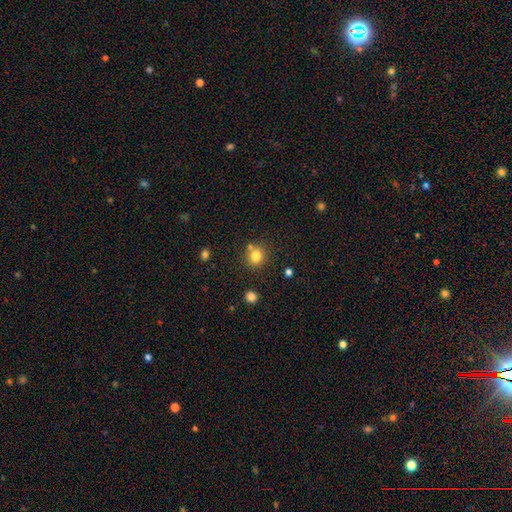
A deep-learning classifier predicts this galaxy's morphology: Overall: smooth (80%). How rounded: round (80%). Merging: none (72%).